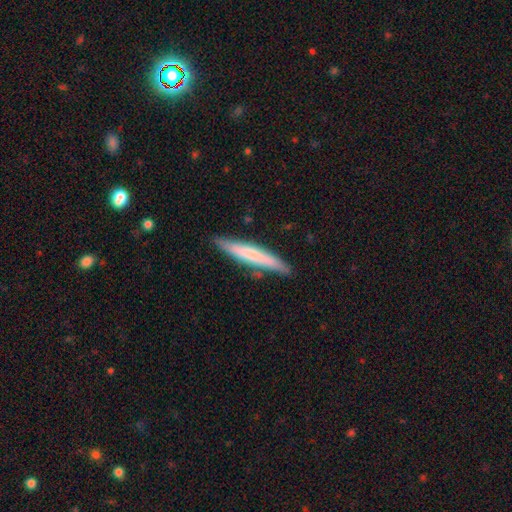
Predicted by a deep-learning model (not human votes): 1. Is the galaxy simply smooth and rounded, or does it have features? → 63% smooth, 32% featured or disk, 5% star or artifact.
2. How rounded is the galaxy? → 93% cigar-shaped, 6% in between, 1% round.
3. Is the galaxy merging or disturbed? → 84% none, 11% minor disturbance, 2% merger, 2% major disturbance.